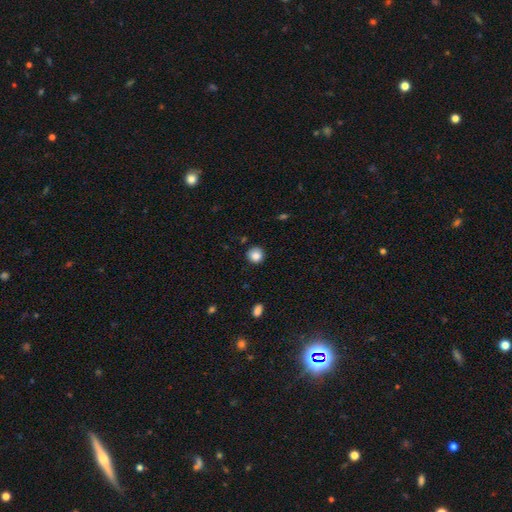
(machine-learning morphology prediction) smooth-or-featured: smooth: 86% | star or artifact: 10% | featured or disk: 5%
  how-rounded: round: 91% | in between: 8% | cigar-shaped: 1%
  merging: none: 87% | minor disturbance: 9% | major disturbance: 2% | merger: 1%